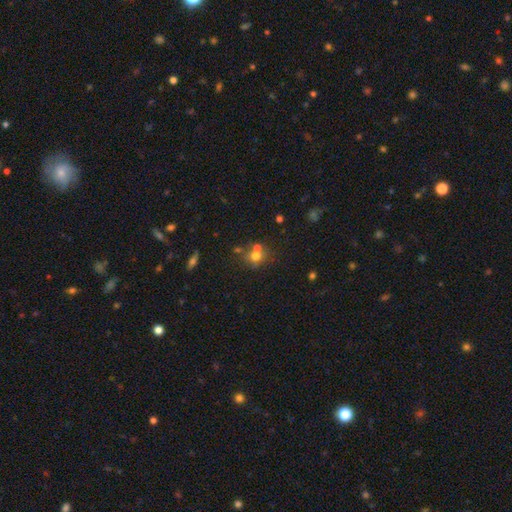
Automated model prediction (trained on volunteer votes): Smooth or featured: smooth — 63% (featured or disk — 19%)
How rounded: round — 79% (in between — 20%)
Merging: none — 51% (merger — 34%)